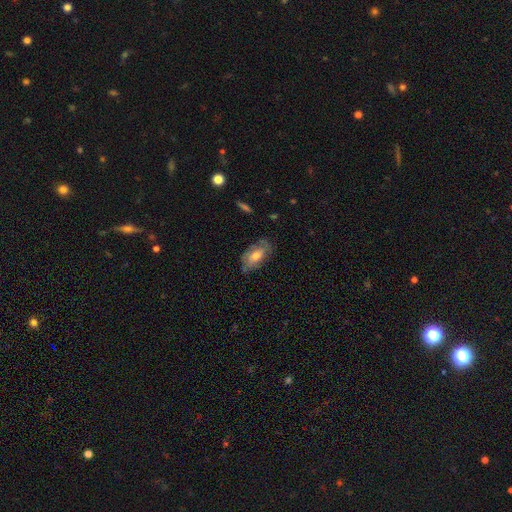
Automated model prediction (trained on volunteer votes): Smooth or featured?
  - smooth: 49% *
  - featured or disk: 43%
  - star or artifact: 7%
Merging?
  - none: 68% *
  - minor disturbance: 23%
  - major disturbance: 7%
  - merger: 1%